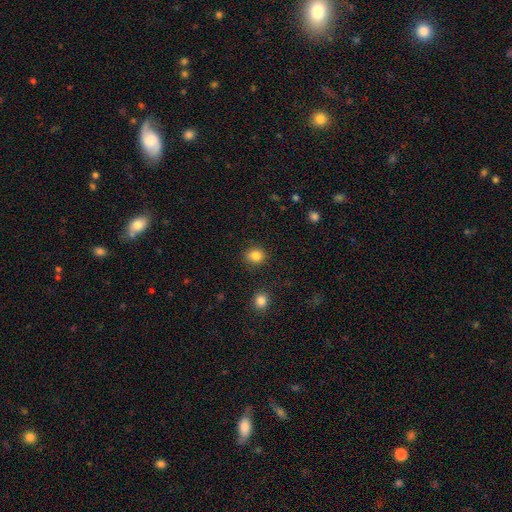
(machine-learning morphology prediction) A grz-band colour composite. It shows a smooth galaxy with no disk features (85%) that is round (76%). Merging: none (87%).